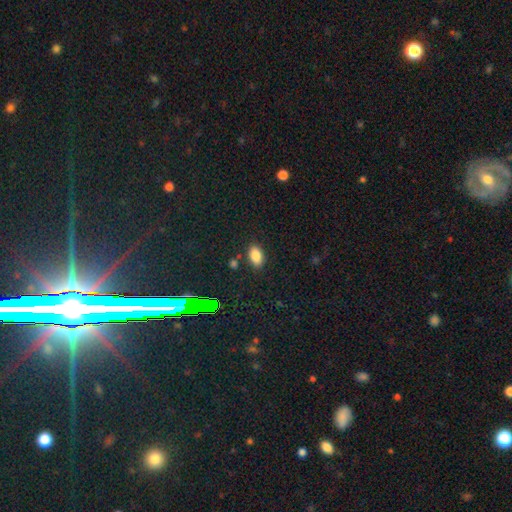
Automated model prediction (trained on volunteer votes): smooth_or_featured: smooth (p=0.83) [alt: star or artifact p=0.11]
how_rounded: in between (p=0.90) [alt: round p=0.07]
merging: none (p=0.83) [alt: minor disturbance p=0.10]